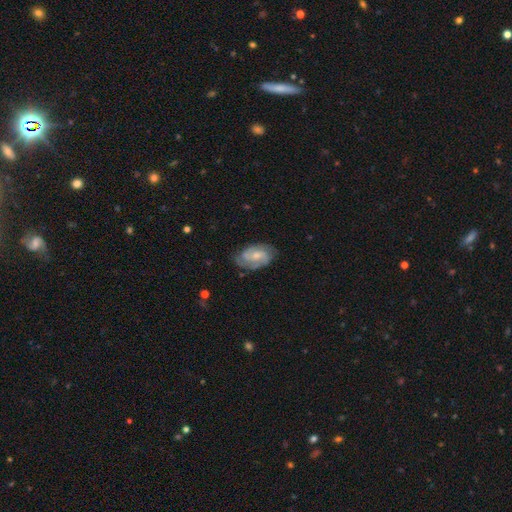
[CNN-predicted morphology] A featured or disk galaxy (73%) with a weak bar (48%), 2 (64%) medium (46%) spiral arms (93%) and a small central bulge (45%). Merging: none (71%).